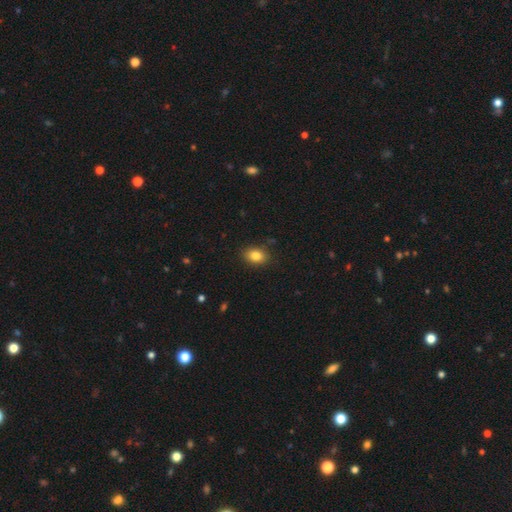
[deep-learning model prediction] Smooth or featured? Predicted: smooth (p=0.85). How rounded? Predicted: in between (p=0.77). Merging? Predicted: none (p=0.85).